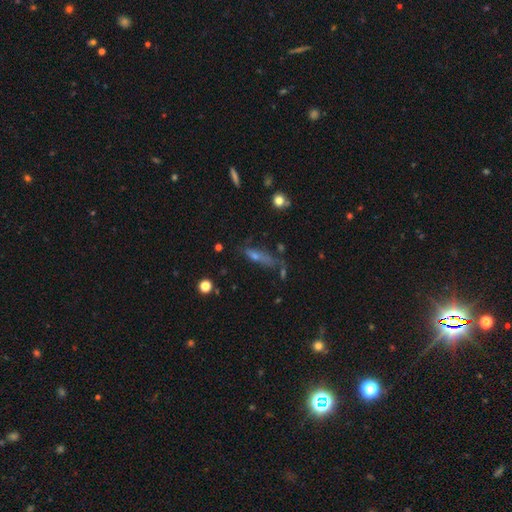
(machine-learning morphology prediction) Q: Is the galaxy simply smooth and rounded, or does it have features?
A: smooth — 43%.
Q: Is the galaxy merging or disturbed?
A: none — 49%.